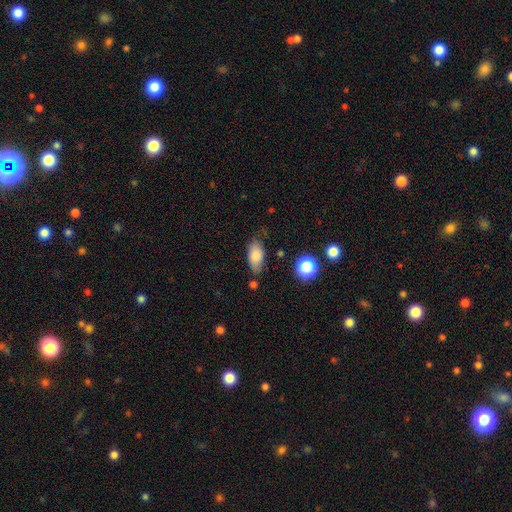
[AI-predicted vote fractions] smooth_or_featured: smooth (p=0.82) [alt: featured or disk p=0.10]
how_rounded: in between (p=0.89) [alt: cigar-shaped p=0.06]
merging: none (p=0.65) [alt: minor disturbance p=0.25]